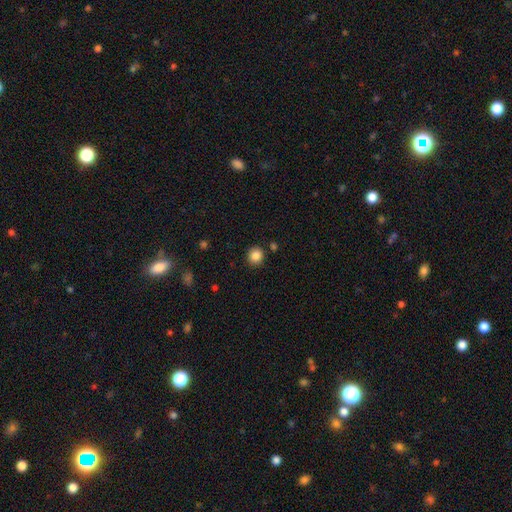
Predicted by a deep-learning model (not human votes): smooth_or_featured: smooth (p=0.86) [alt: star or artifact p=0.10]
how_rounded: round (p=0.88) [alt: in between p=0.11]
merging: none (p=0.88) [alt: minor disturbance p=0.07]